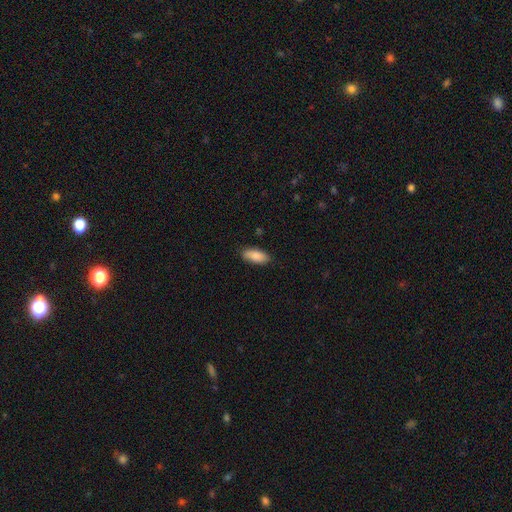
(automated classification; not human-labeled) Q: Smooth or featured?
A: smooth (87%); runner-up: featured or disk (7%)
Q: How rounded?
A: in between (85%); runner-up: cigar-shaped (13%)
Q: Merging?
A: none (83%); runner-up: minor disturbance (13%)